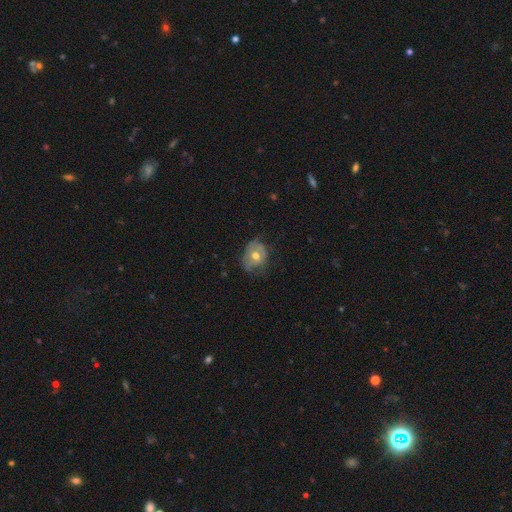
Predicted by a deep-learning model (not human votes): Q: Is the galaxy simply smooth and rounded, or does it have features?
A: featured or disk — 48%.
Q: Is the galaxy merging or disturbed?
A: none — 45%.